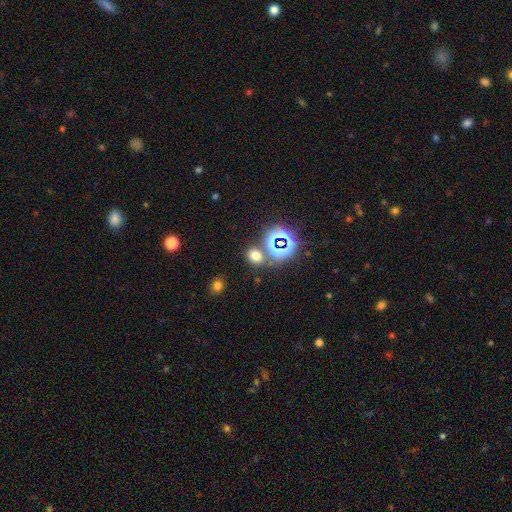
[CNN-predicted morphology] This is likely a smooth galaxy (61%). How rounded: possibly round (57%). Merging: likely none (75%).